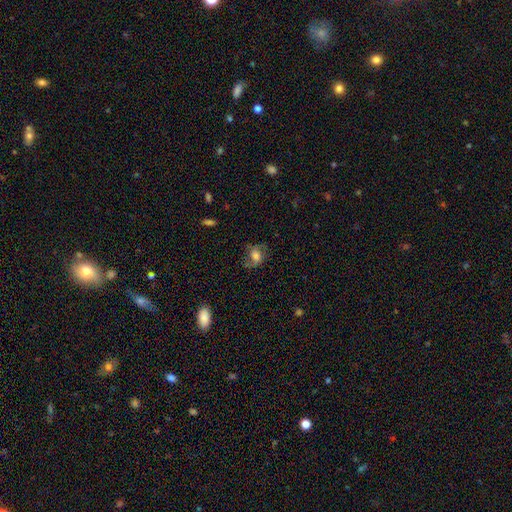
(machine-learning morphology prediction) smooth-or-featured: featured or disk: 47% | smooth: 42% | star or artifact: 10%
  merging: none: 63% | minor disturbance: 22% | major disturbance: 14% | merger: 2%